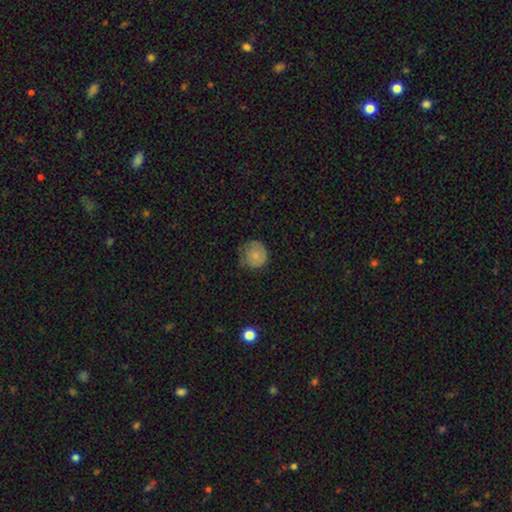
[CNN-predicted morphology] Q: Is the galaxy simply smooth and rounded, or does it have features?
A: smooth — 74%.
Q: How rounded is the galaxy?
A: round — 89%.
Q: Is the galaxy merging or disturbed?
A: none — 55%.